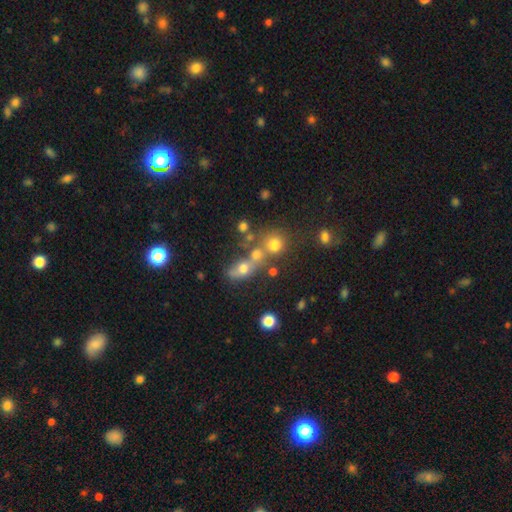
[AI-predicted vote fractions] This is possibly a smooth galaxy (58%). How rounded: possibly round (52%). Merging: marginally merger (41%).